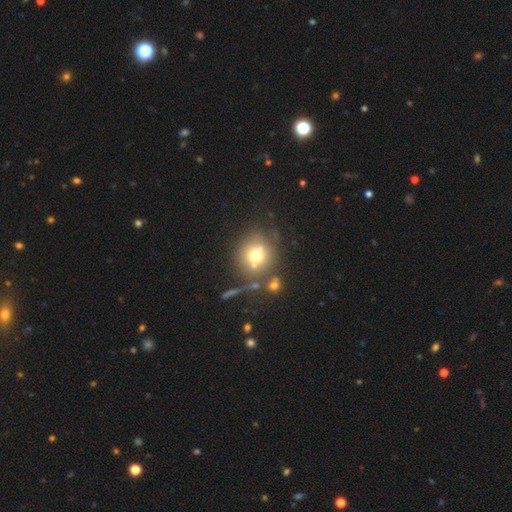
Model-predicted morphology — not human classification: A smooth galaxy with no disk features (66%) that is round (86%).

Vote fractions:
- Smooth or featured? smooth: 66% / featured or disk: 19% / star or artifact: 15%
- How rounded? round: 86% / in between: 13% / cigar-shaped: 1%
- Merging? none: 63% / merger: 17% / minor disturbance: 13% / major disturbance: 7%